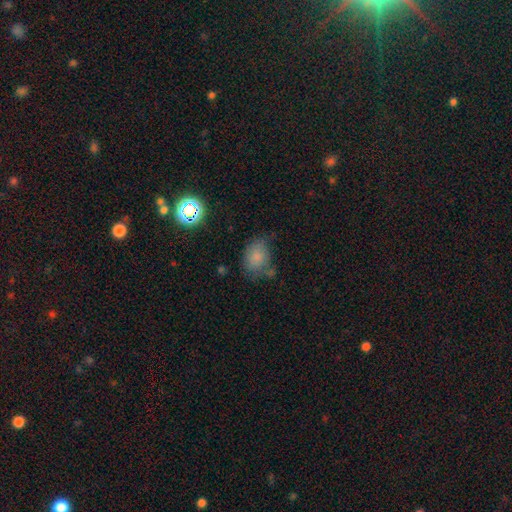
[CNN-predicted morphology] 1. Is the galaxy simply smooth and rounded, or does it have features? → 69% smooth, 20% star or artifact, 11% featured or disk.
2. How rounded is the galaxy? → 67% in between, 32% round, 1% cigar-shaped.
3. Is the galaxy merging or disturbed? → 58% none, 26% minor disturbance, 9% major disturbance, 7% merger.